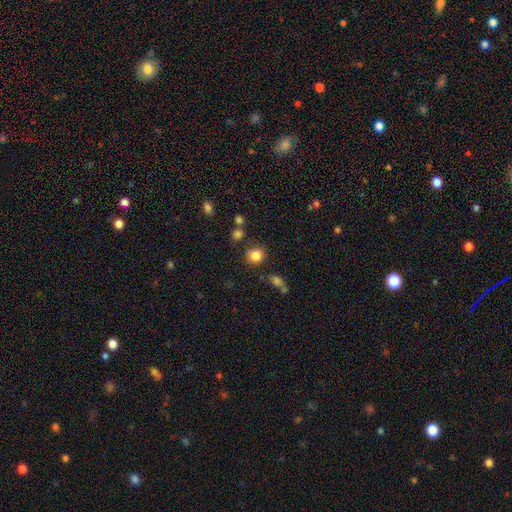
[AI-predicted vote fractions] Morphology: type=smooth (84%); roundness=round (84%); merging=none (77%).